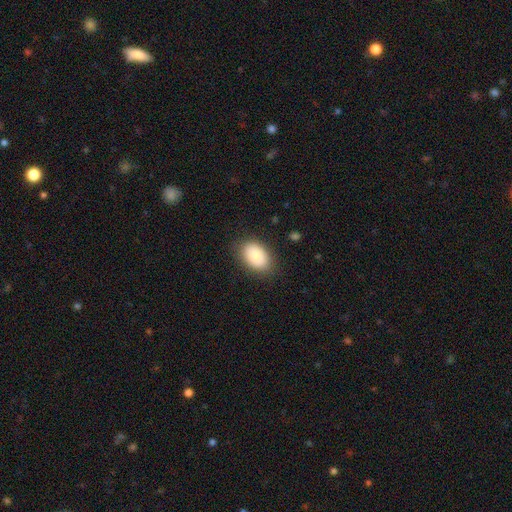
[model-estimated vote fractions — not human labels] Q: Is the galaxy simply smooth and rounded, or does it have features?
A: smooth — 84%.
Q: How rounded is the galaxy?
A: in between — 87%.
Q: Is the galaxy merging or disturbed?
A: none — 83%.